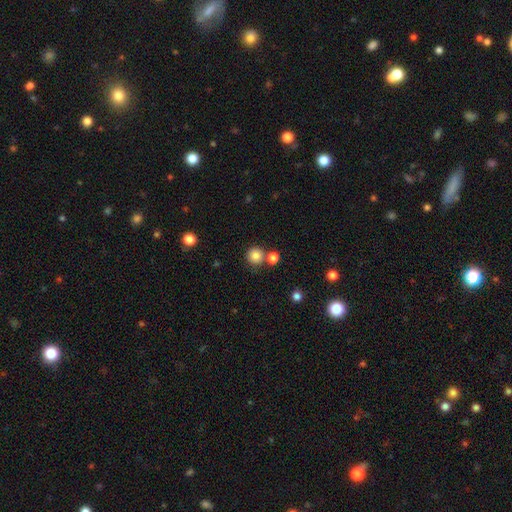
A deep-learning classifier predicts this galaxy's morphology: Smooth or featured?
  - smooth: 83% *
  - star or artifact: 11%
  - featured or disk: 5%
How rounded?
  - round: 93% *
  - in between: 6%
  - cigar-shaped: 1%
Merging?
  - none: 72% *
  - merger: 18%
  - minor disturbance: 7%
  - major disturbance: 3%